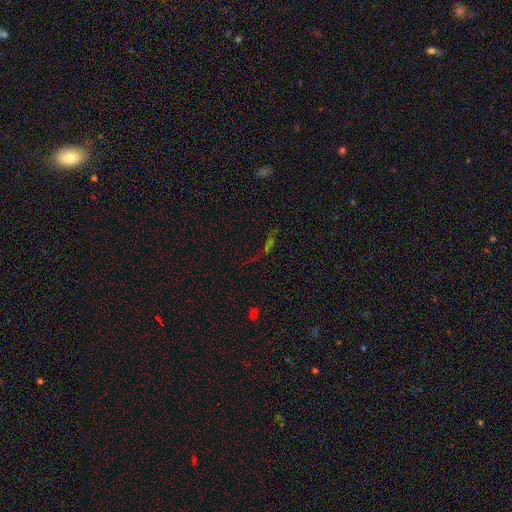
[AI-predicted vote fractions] The model was most divided on "smooth or featured": star or artifact: 62%, smooth: 21%, featured or disk: 17%.